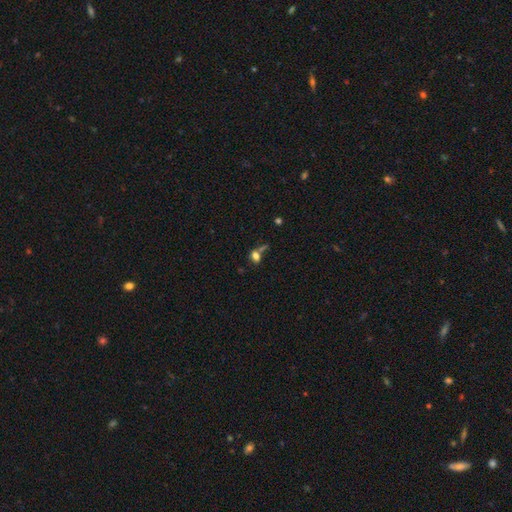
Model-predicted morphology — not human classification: This is likely a smooth galaxy (70%). How rounded: likely in between (62%). Merging: marginally none (42%).